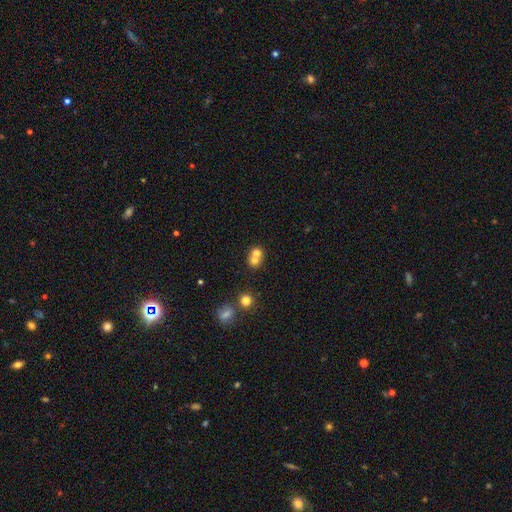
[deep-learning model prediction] smooth 70%, featured or disk 17%, star or artifact 14%. Down the decision tree: how rounded — round (77%); merging — merger (60%).